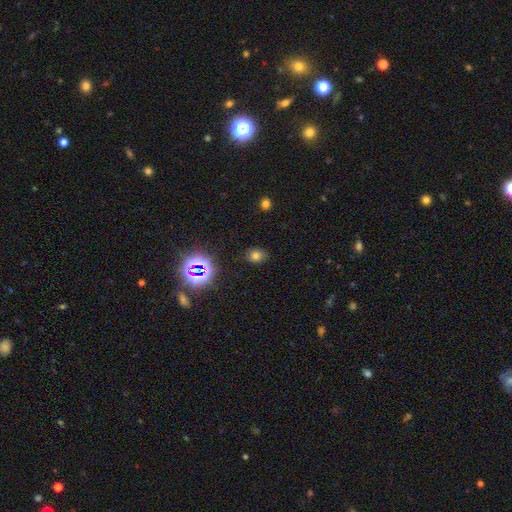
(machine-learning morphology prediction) This appears to be a smooth galaxy with no disk features (67%) that is round (54%). Merging: none (80%).